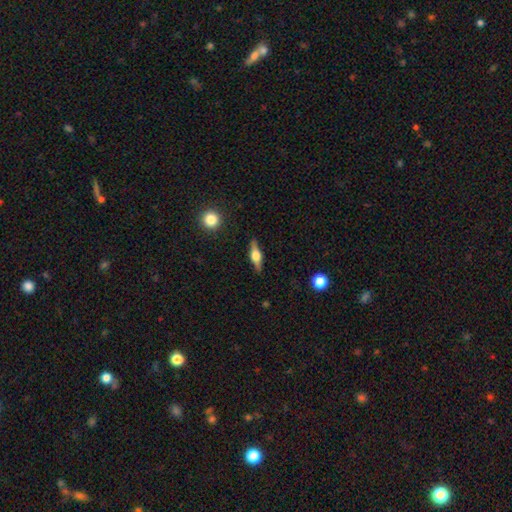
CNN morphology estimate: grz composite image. It shows a featured or disk galaxy (66%) viewed edge-on (96%) with a rounded central bulge (91%). Merging: none (88%).